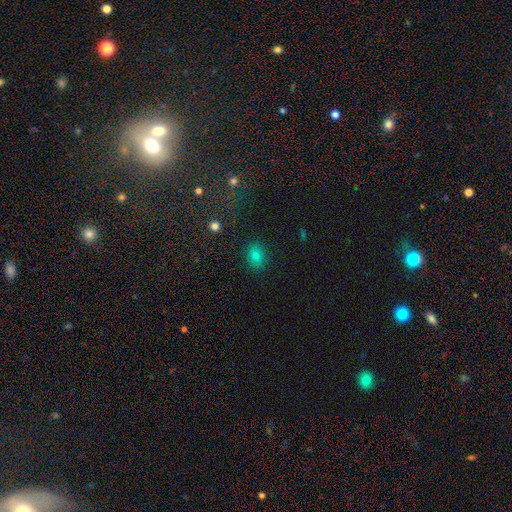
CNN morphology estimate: Overall: smooth (75%). How rounded: in between (56%; round 42%). Merging: none (87%).